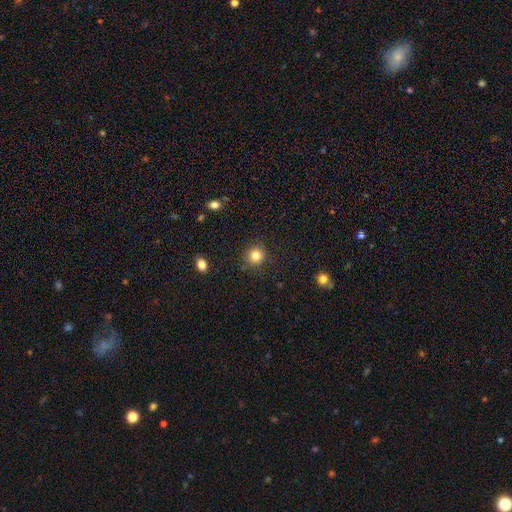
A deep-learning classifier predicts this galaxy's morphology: A smooth galaxy with no disk features (83%) that is round (90%).

Vote fractions:
- Smooth or featured? smooth: 83% / star or artifact: 11% / featured or disk: 5%
- How rounded? round: 90% / in between: 9% / cigar-shaped: 1%
- Merging? none: 88% / minor disturbance: 8% / major disturbance: 2% / merger: 2%